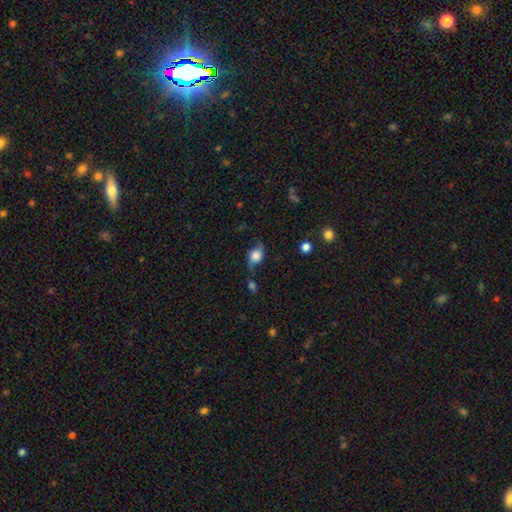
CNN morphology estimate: The model was most divided on "how rounded": in between: 52%, round: 45%, cigar-shaped: 2%. More confident: merging — none (58%); smooth or featured — smooth (53%).